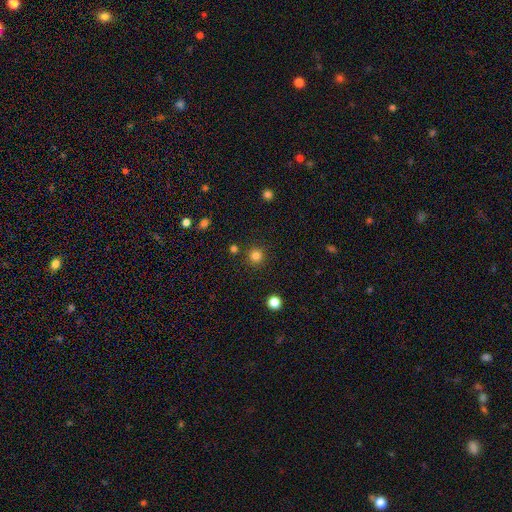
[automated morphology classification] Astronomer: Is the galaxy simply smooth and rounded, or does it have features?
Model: smooth — 82%.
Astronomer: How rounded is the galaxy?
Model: round — 95%.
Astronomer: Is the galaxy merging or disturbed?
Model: none — 88%.